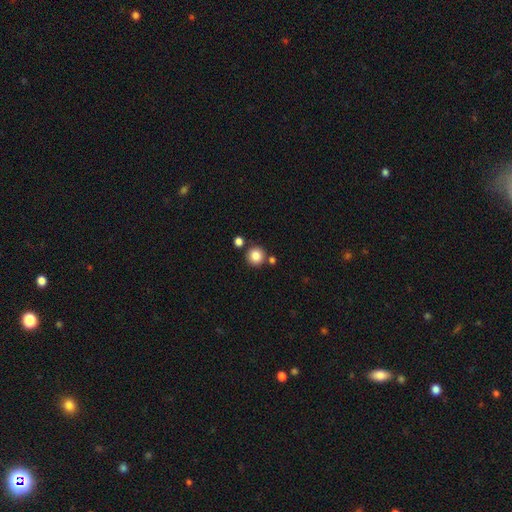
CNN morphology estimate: Smooth or featured? Predicted: smooth (p=0.85). How rounded? Predicted: round (p=0.94). Merging? Predicted: none (p=0.80).